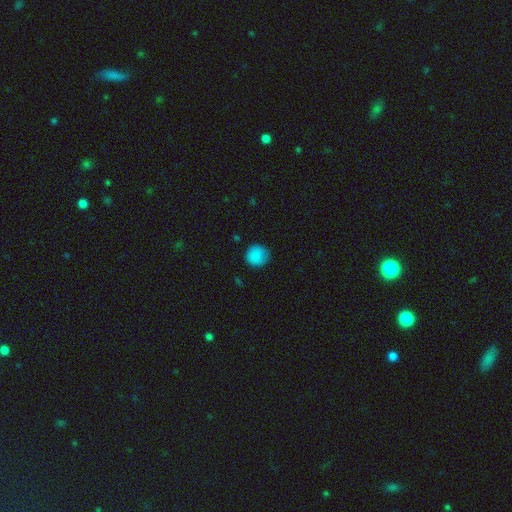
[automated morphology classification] Smooth or featured: smooth — 87% (star or artifact — 9%)
How rounded: round — 92% (in between — 7%)
Merging: none — 83% (minor disturbance — 13%)